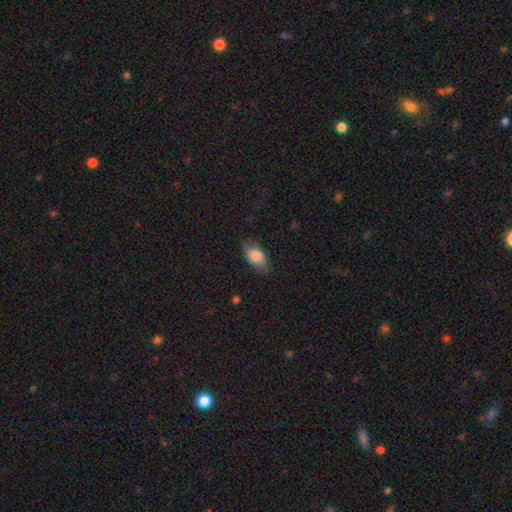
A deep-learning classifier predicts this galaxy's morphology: Smooth or featured?
  - smooth: 76% *
  - featured or disk: 16%
  - star or artifact: 7%
How rounded?
  - in between: 90% *
  - round: 5%
  - cigar-shaped: 5%
Merging?
  - none: 69% *
  - minor disturbance: 23%
  - major disturbance: 7%
  - merger: 1%